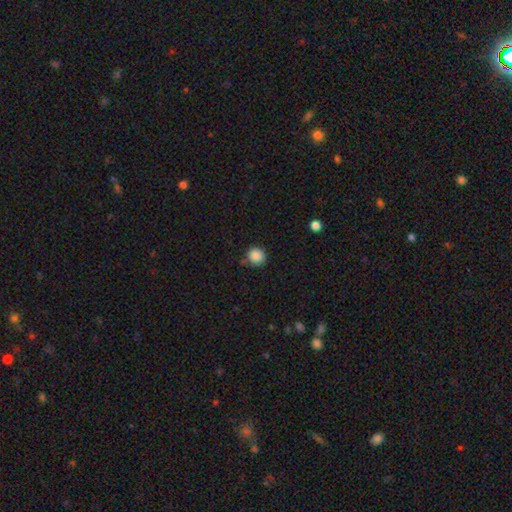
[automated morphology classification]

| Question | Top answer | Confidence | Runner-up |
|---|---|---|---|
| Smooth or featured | smooth | 87% | star or artifact (9%) |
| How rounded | round | 91% | in between (8%) |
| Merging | none | 82% | minor disturbance (11%) |